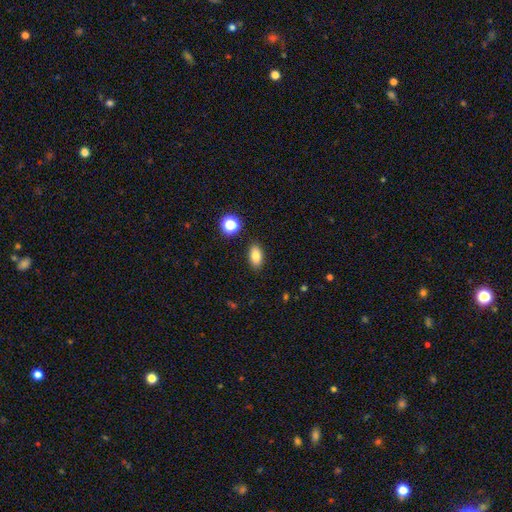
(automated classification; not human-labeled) Smooth or featured? smooth (83%)
How rounded? in between (89%)
Merging? none (88%)